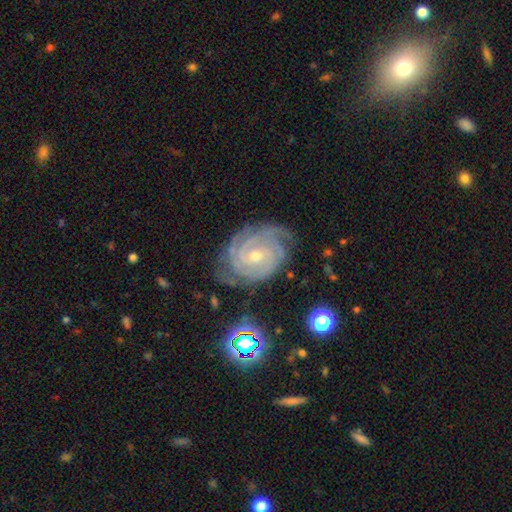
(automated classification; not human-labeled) The model was most divided on "spiral arm count": 3: 28%, 4: 22%, can't tell: 19%, 2: 16%, more than 4: 8%, 1: 6%. More confident: spiral arms — yes (98%); edge-on disk — no (97%); smooth or featured — featured or disk (90%); spiral winding — tight (80%); merging — none (72%); bulge size — small (63%); bar — no (55%).